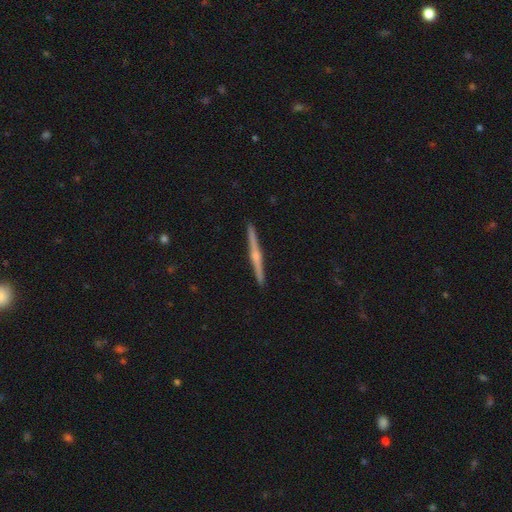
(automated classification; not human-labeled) Smooth or featured?
  - featured or disk: 79% *
  - smooth: 16%
  - star or artifact: 5%
Edge-on disk?
  - yes: 99% *
  - no: 1%
Edge-on bulge?
  - rounded: 81% *
  - none: 11%
  - boxy: 8%
Merging?
  - none: 93% *
  - minor disturbance: 5%
  - major disturbance: 1%
  - merger: 1%